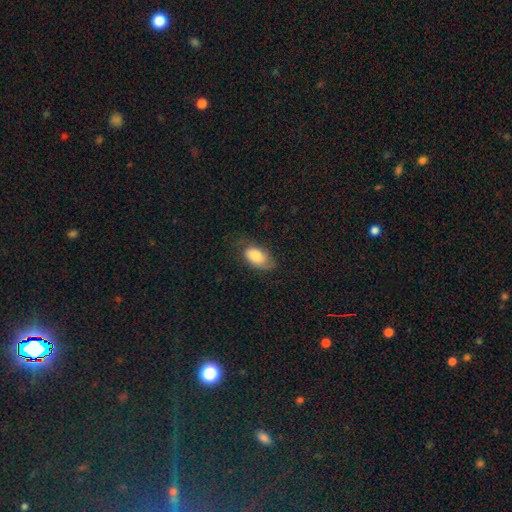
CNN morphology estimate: smooth 77%, featured or disk 16%, star or artifact 7%. Down the decision tree: how rounded — in between (93%); merging — none (59%).